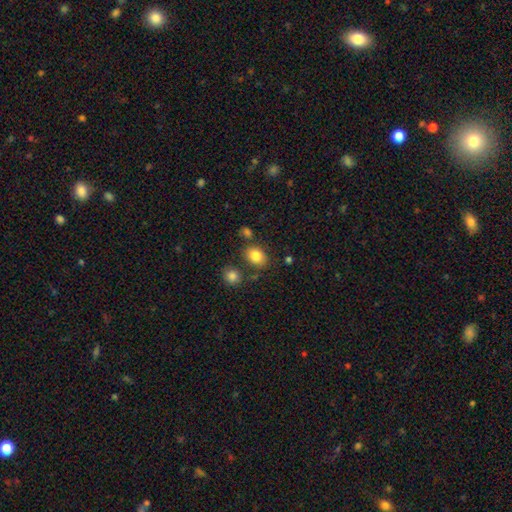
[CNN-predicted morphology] A smooth galaxy with no disk features (83%) that is in between round and cigar-shaped (61%). Merging: none (73%).